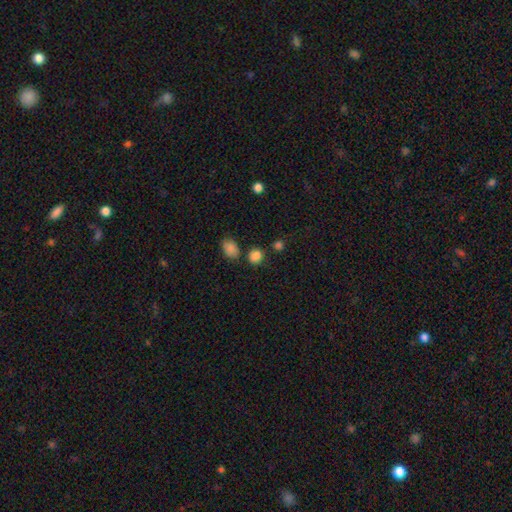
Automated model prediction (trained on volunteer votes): Smooth or featured? smooth (83%)
How rounded? round (69%)
Merging? none (72%)